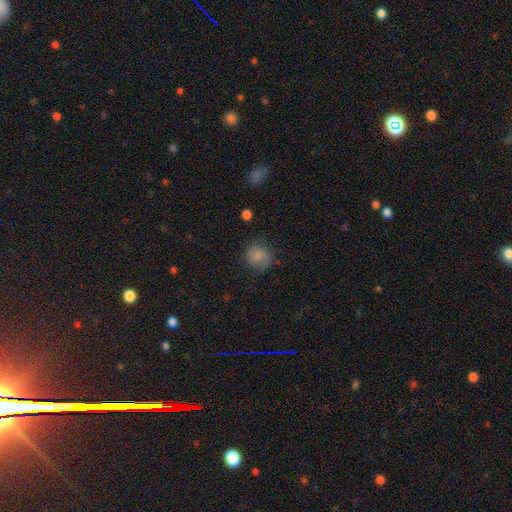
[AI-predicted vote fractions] smooth-or-featured: smooth: 65% | featured or disk: 18% | star or artifact: 17%
  how-rounded: round: 83% | in between: 16% | cigar-shaped: 1%
  merging: none: 76% | minor disturbance: 17% | major disturbance: 6% | merger: 1%